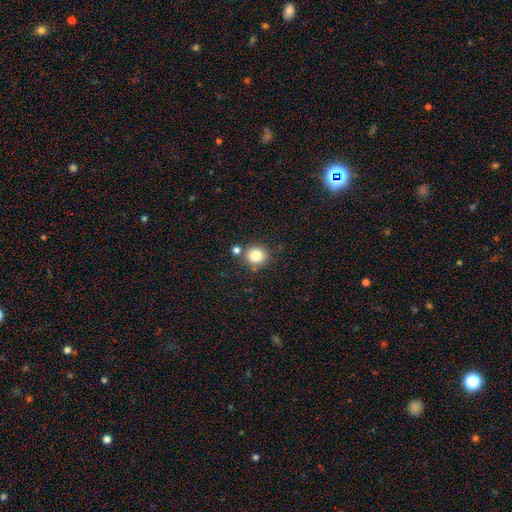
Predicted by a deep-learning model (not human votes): A smooth galaxy with no disk features (82%) that is round (87%). Merging: none (78%).